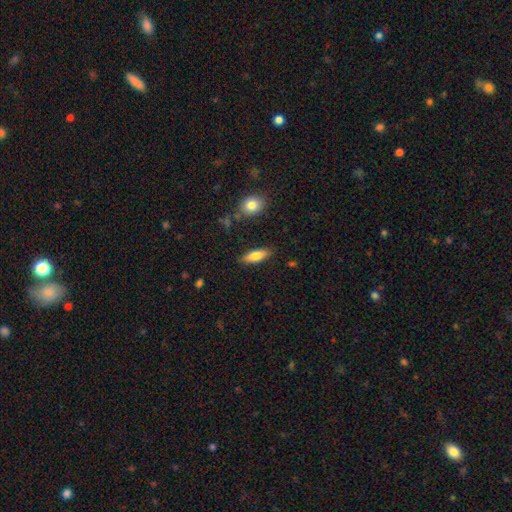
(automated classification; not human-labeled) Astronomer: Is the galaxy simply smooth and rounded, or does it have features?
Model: smooth — 77%.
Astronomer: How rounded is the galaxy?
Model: in between — 57% (runner-up: cigar-shaped, 41%).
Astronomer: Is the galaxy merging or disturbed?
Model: none — 85%.